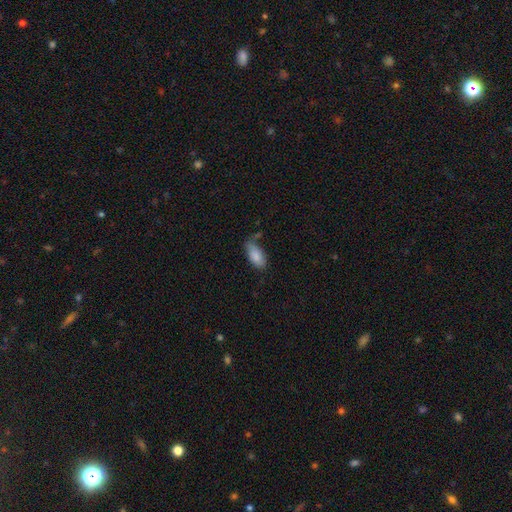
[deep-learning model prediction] smooth_or_featured: smooth (p=0.86) [alt: featured or disk p=0.07]
how_rounded: in between (p=0.90) [alt: cigar-shaped p=0.08]
merging: none (p=0.56) [alt: minor disturbance p=0.30]